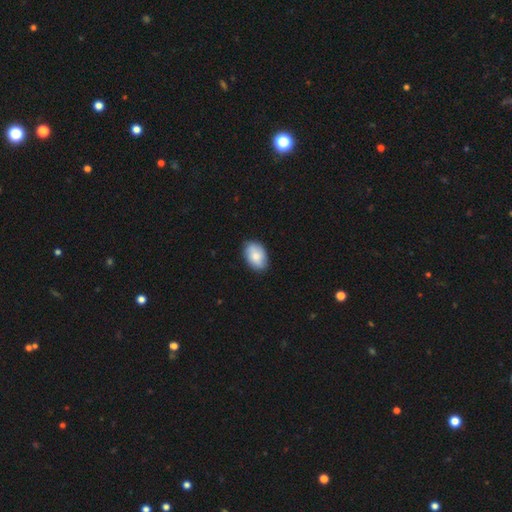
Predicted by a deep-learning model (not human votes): Smooth or featured? smooth (75%)
How rounded? in between (88%)
Merging? none (82%)